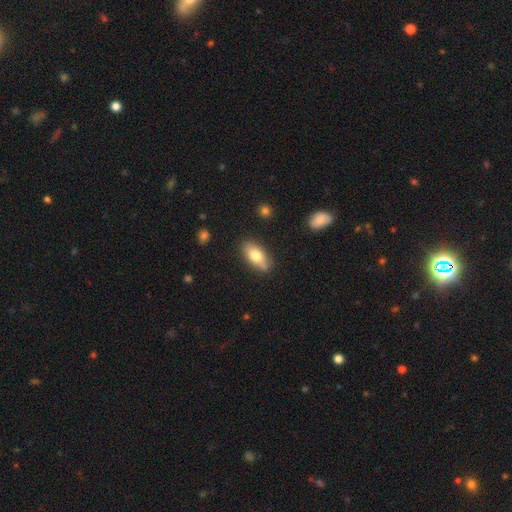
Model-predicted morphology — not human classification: Smooth or featured? Predicted: smooth (p=0.74). How rounded? Predicted: in between (p=0.88). Merging? Predicted: none (p=0.77).